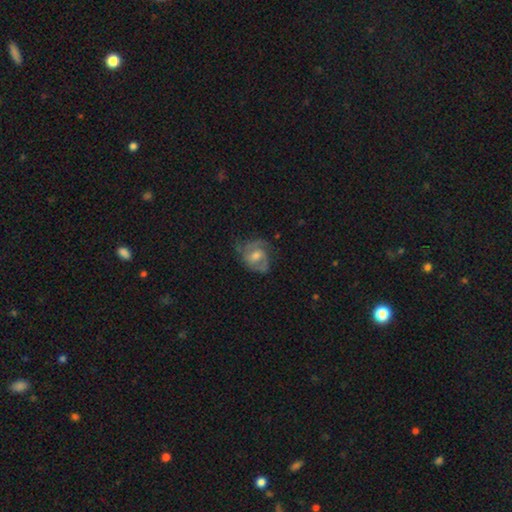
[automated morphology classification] Smooth or featured: featured or disk — 66% (smooth — 26%)
Edge-on disk: no — 97% (yes — 3%)
Bar: no — 50% (weak — 41%)
Spiral arms: yes — 84% (no — 16%)
Spiral winding: medium — 45% (tight — 36%)
Spiral arm count: 2 — 53% (can't tell — 22%)
Bulge size: moderate — 61% (small — 26%)
Merging: none — 55% (minor disturbance — 26%)